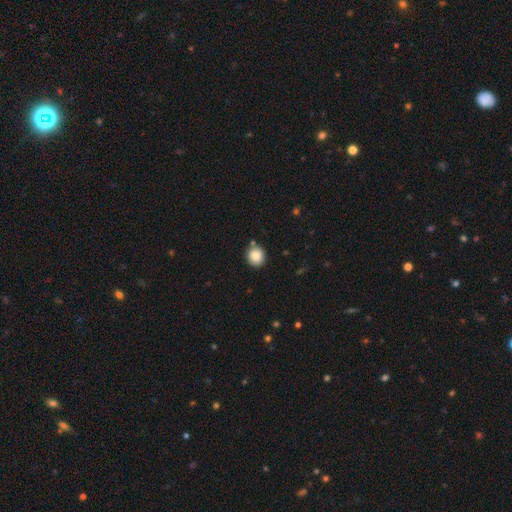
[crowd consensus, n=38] smooth 87%, star or artifact 11%, featured or disk 3%. Down the decision tree: how rounded — round (91%); merging — none (88%).